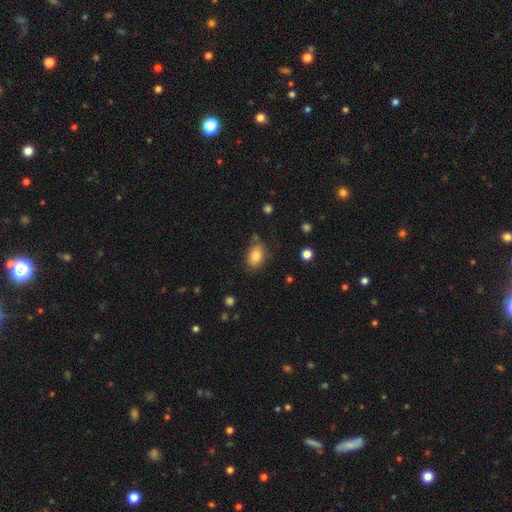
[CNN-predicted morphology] The model was most divided on "merging": none: 72%, minor disturbance: 18%, major disturbance: 5%, merger: 5%. More confident: how rounded — in between (86%); smooth or featured — smooth (83%).